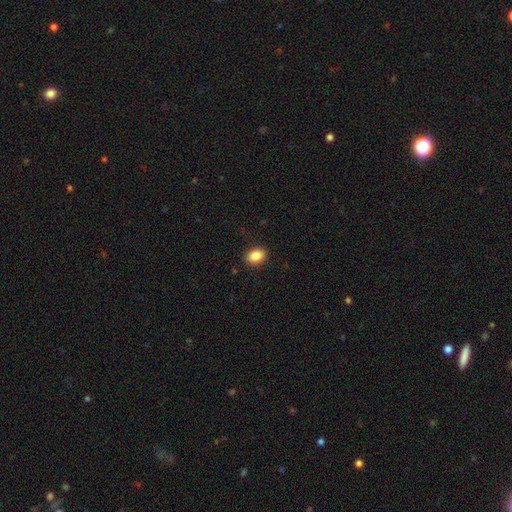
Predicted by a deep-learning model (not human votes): This appears to be a smooth galaxy with no disk features (87%) that is in between round and cigar-shaped (75%). Merging: none (89%).